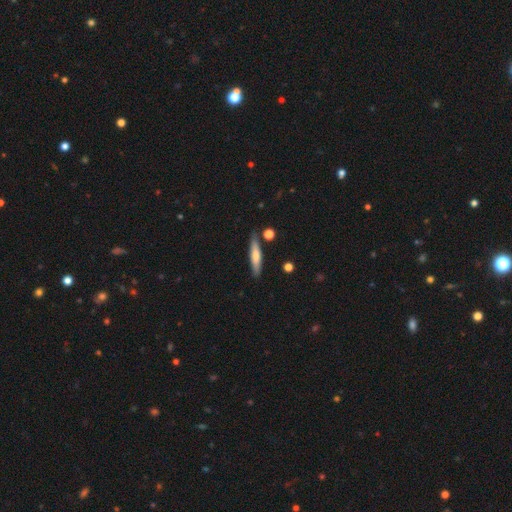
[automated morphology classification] smooth 62%, featured or disk 32%, star or artifact 6%. Down the decision tree: how rounded — cigar-shaped (86%); merging — none (83%).